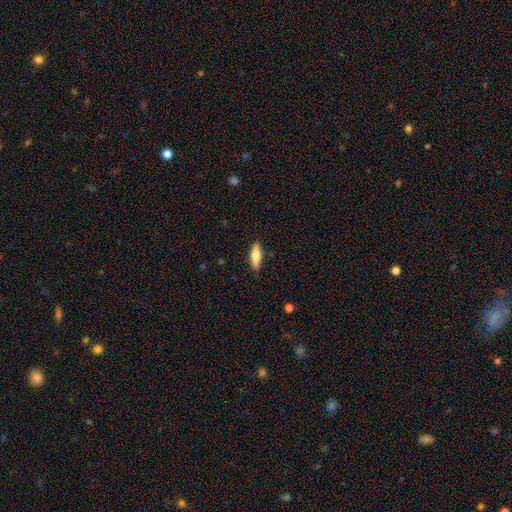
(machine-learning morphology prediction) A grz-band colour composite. It shows a smooth galaxy with no disk features (62%) that is in between round and cigar-shaped (50%). Merging: none (88%).